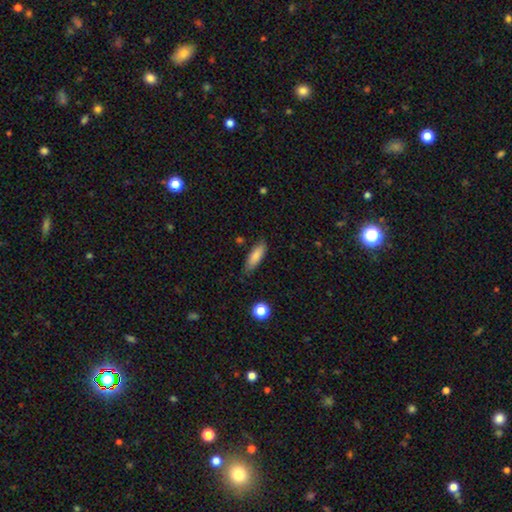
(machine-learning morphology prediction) This is clearly a smooth galaxy (82%). How rounded: possibly in between (51%). Merging: likely none (77%).